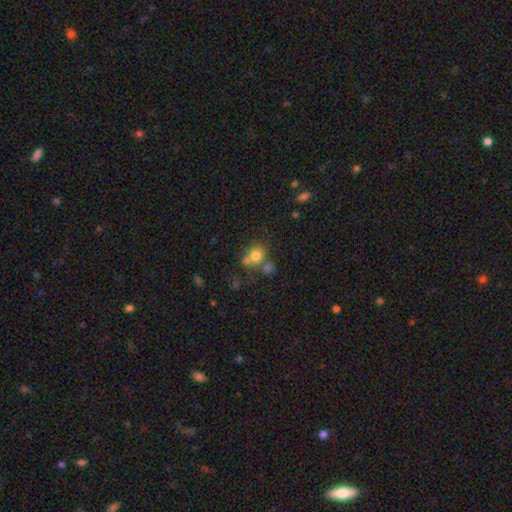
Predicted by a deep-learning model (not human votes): Smooth or featured?
  - smooth: 74% *
  - star or artifact: 13%
  - featured or disk: 13%
How rounded?
  - round: 79% *
  - in between: 20%
  - cigar-shaped: 1%
Merging?
  - none: 50% *
  - merger: 32%
  - minor disturbance: 12%
  - major disturbance: 7%